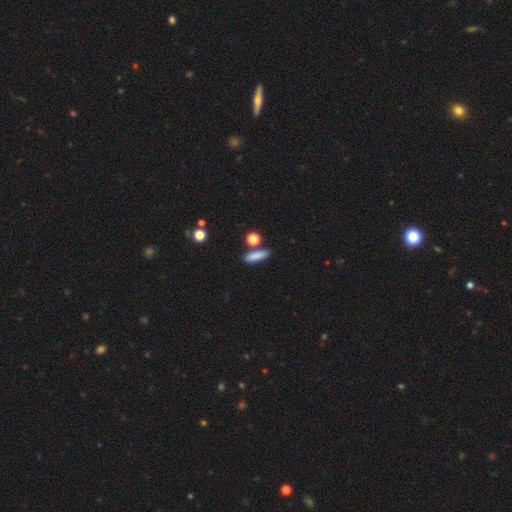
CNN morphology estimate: Smooth or featured?
  - smooth: 83% *
  - star or artifact: 9%
  - featured or disk: 8%
How rounded?
  - cigar-shaped: 53% *
  - in between: 37%
  - round: 9%
Merging?
  - none: 73% *
  - minor disturbance: 13%
  - merger: 10%
  - major disturbance: 4%